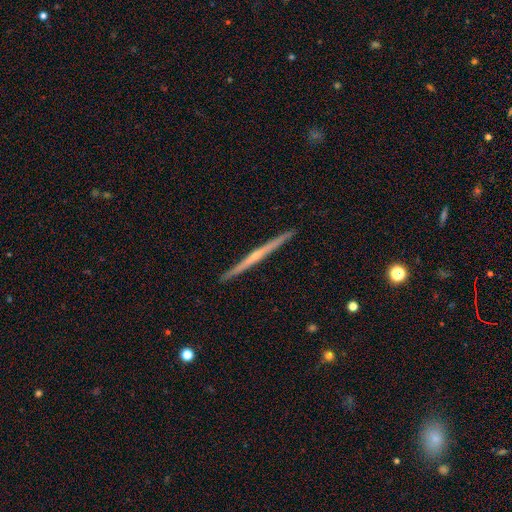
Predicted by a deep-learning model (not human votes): Smooth or featured?
  - featured or disk: 74% *
  - smooth: 21%
  - star or artifact: 5%
Edge-on disk?
  - yes: 98% *
  - no: 2%
Edge-on bulge?
  - rounded: 53% *
  - none: 42%
  - boxy: 5%
Merging?
  - none: 93% *
  - minor disturbance: 5%
  - major disturbance: 1%
  - merger: 1%